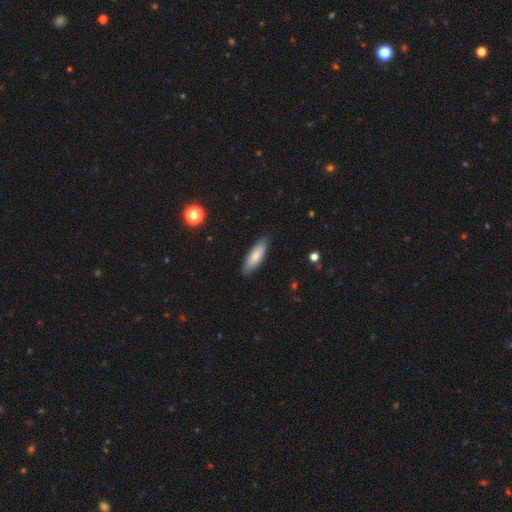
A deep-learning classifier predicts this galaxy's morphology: This is likely a smooth galaxy (78%). How rounded: possibly in between (52%). Merging: clearly none (85%).